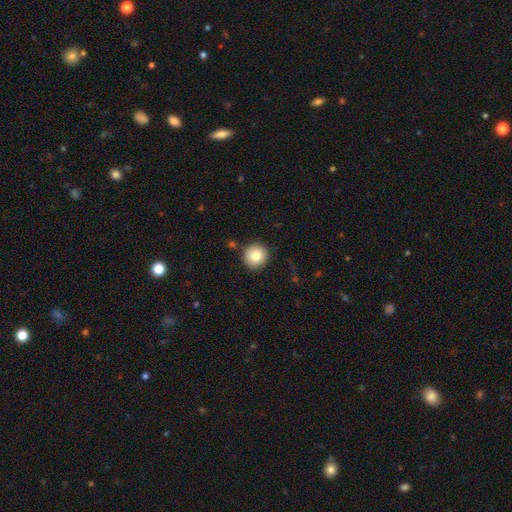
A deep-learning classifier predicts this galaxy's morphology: This is clearly a smooth galaxy (80%). How rounded: clearly round (94%). Merging: clearly none (89%).